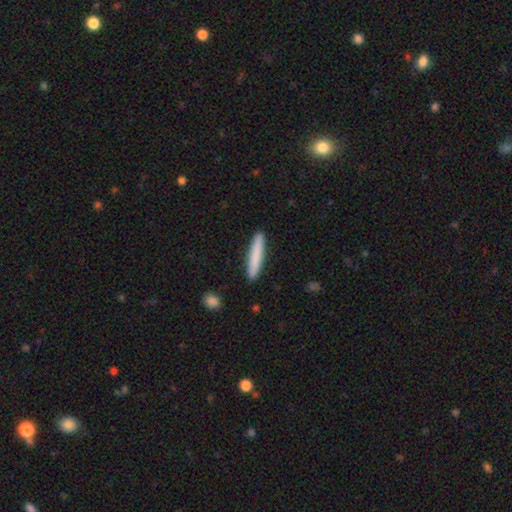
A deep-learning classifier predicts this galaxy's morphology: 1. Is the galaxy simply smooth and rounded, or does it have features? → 81% smooth, 14% featured or disk, 5% star or artifact.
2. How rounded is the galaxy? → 94% cigar-shaped, 5% in between, 1% round.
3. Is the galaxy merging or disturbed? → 92% none, 6% minor disturbance, 1% major disturbance, 1% merger.